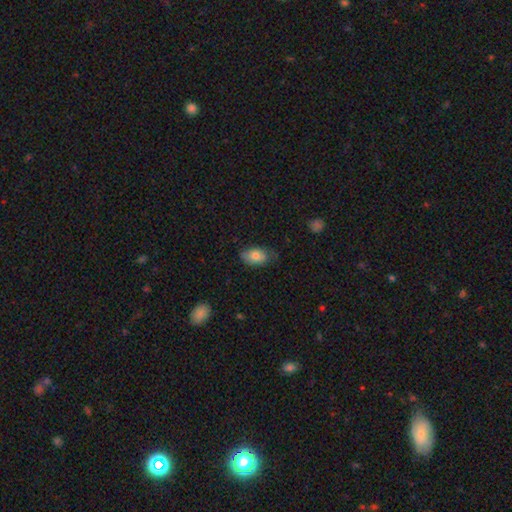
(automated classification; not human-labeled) This appears to be a smooth galaxy with no disk features (78%) that is in between round and cigar-shaped (89%). Merging: none (68%).